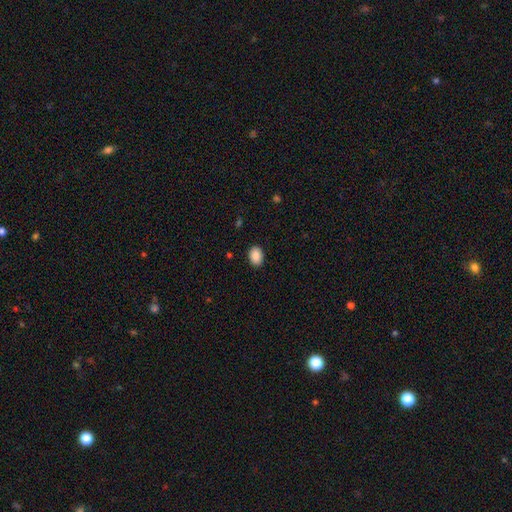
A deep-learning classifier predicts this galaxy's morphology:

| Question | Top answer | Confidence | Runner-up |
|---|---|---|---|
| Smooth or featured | smooth | 89% | star or artifact (7%) |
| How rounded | in between | 75% | round (24%) |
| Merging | none | 89% | minor disturbance (8%) |